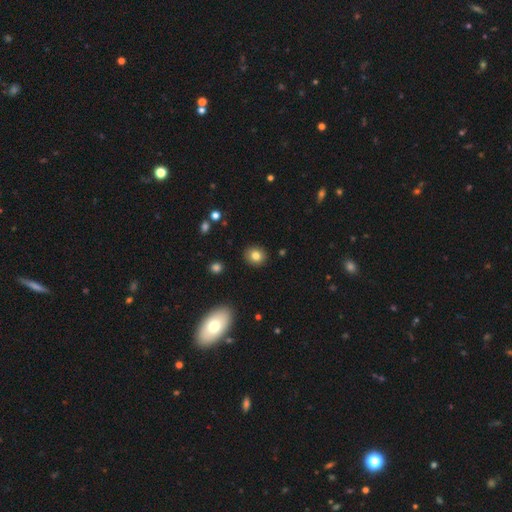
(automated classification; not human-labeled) Smooth or featured? smooth (82%)
How rounded? round (75%)
Merging? none (90%)